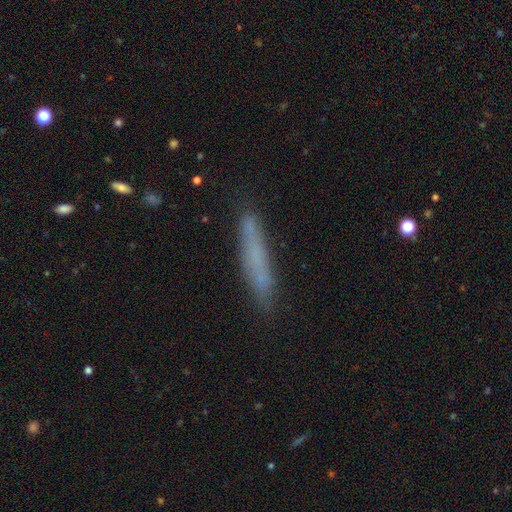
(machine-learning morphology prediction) Overall: smooth (66%). How rounded: cigar-shaped (93%). Merging: none (82%).